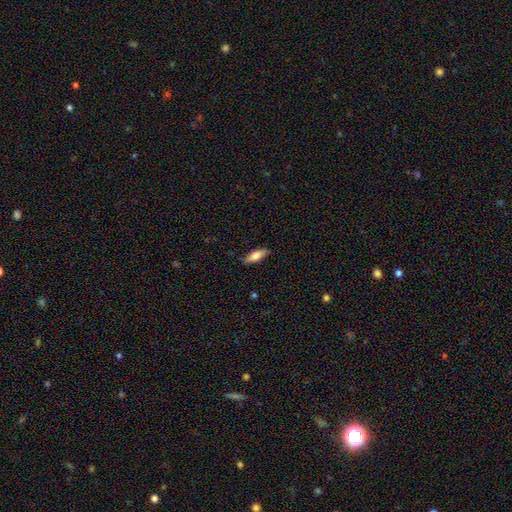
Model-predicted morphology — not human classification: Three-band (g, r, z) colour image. It shows a smooth galaxy with no disk features (73%) that is in between round and cigar-shaped (65%). Merging: none (83%).